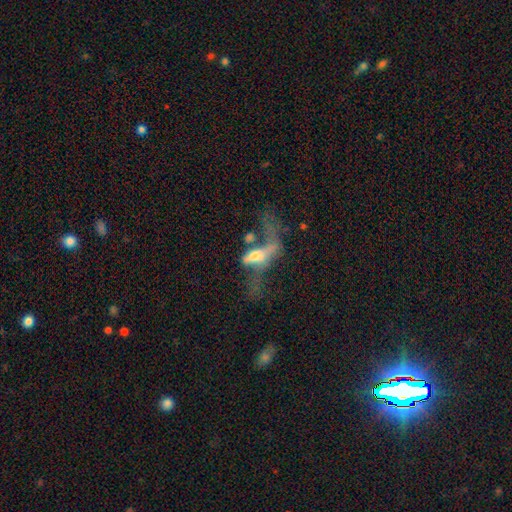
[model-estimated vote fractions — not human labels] Morphology: type=featured or disk (59%); edge-on=no (65%); merging=major disturbance (47%).